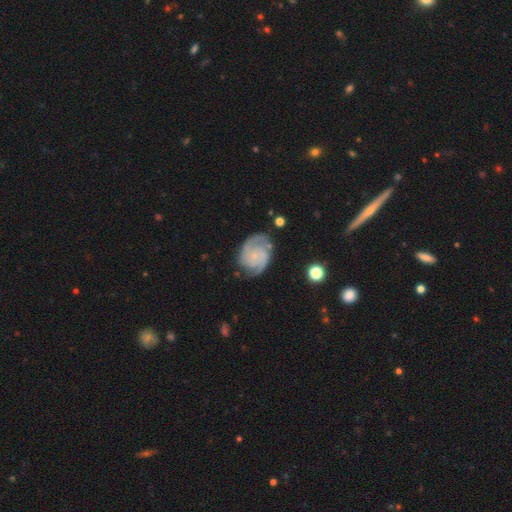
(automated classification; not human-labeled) This appears to be a featured or disk galaxy (86%) with no bar (71%), 2 (69%) tight (49%) spiral arms (97%) and a small central bulge (67%). Merging: none (72%).